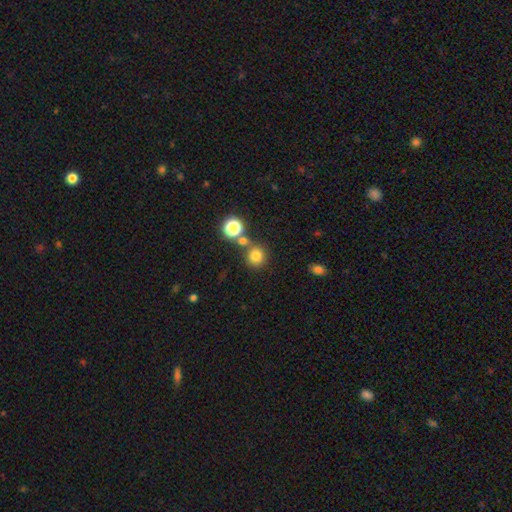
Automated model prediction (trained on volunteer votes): This appears to be a smooth galaxy with no disk features (78%) that is round (91%). Merging: none (71%).